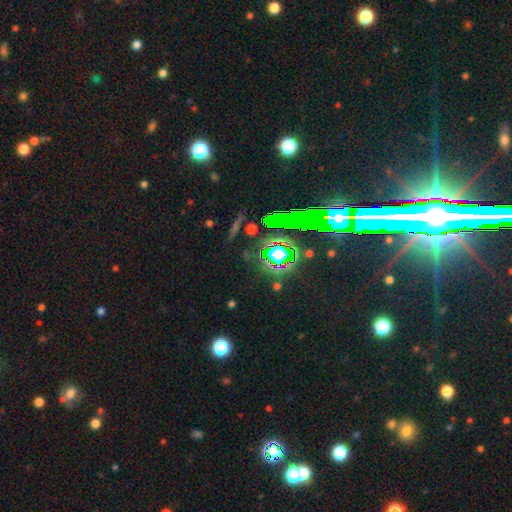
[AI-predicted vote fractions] A star or artifact, not a galaxy (77%).

Vote fractions:
- Smooth or featured? star or artifact: 77% / featured or disk: 13% / smooth: 10%